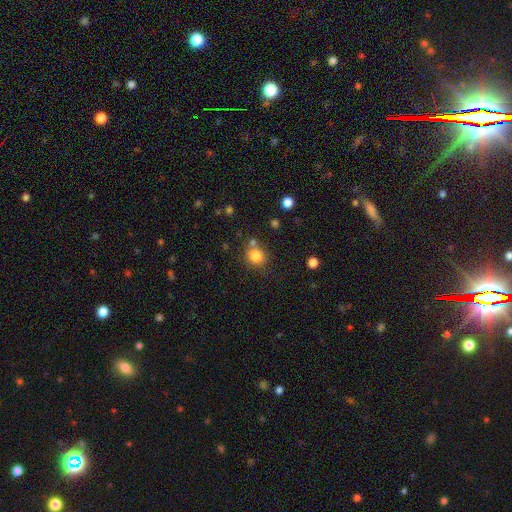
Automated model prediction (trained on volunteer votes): The model was most divided on "merging": none: 67%, merger: 17%, minor disturbance: 11%, major disturbance: 4%. More confident: how rounded — round (86%); smooth or featured — smooth (81%).